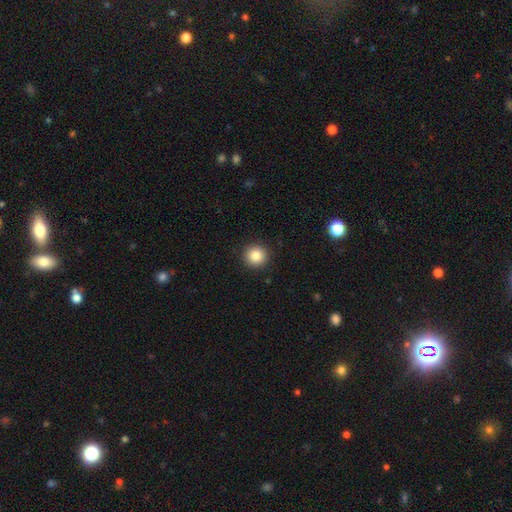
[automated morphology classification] smooth-or-featured: smooth: 85% | star or artifact: 10% | featured or disk: 6%
  how-rounded: round: 95% | in between: 4% | cigar-shaped: 1%
  merging: none: 92% | minor disturbance: 5% | major disturbance: 2% | merger: 1%